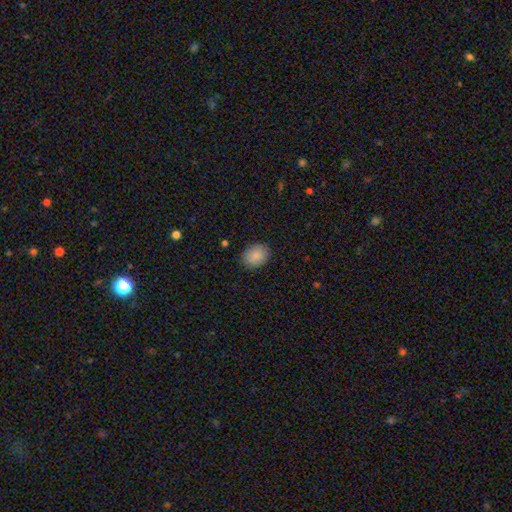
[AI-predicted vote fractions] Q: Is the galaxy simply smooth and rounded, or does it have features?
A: smooth — 87%.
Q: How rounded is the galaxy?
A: in between — 55%.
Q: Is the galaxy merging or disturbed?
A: none — 87%.